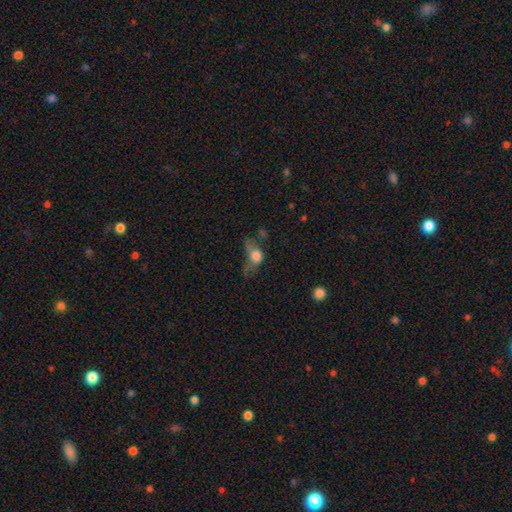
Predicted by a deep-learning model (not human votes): Overall: smooth (66%). How rounded: in between (53%; round 43%). Merging: major disturbance (48%; none 22%).